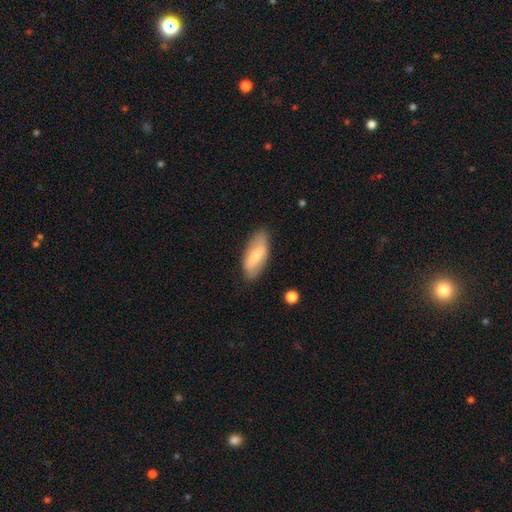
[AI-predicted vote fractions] A smooth galaxy with no disk features (60%) that is in between round and cigar-shaped (84%).

Vote fractions:
- Smooth or featured? smooth: 60% / featured or disk: 34% / star or artifact: 6%
- How rounded? in between: 84% / cigar-shaped: 14% / round: 2%
- Merging? none: 79% / minor disturbance: 16% / major disturbance: 4% / merger: 1%